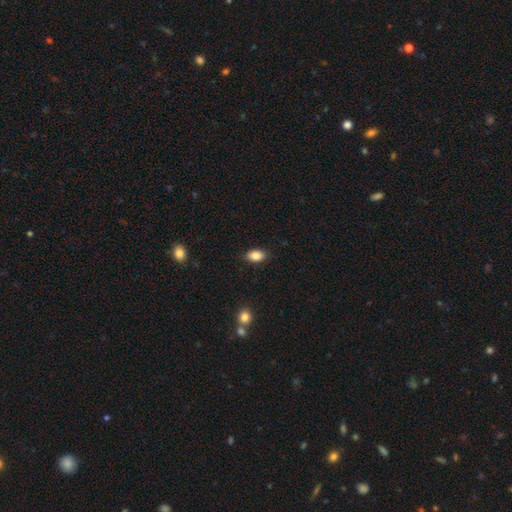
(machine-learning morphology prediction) type=smooth (87%); roundness=in between (90%); merging=none (86%).